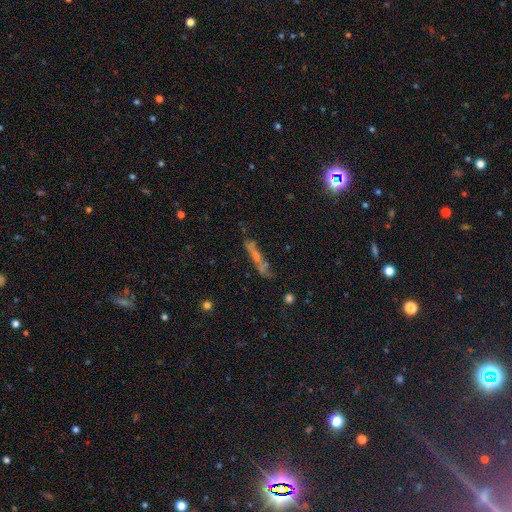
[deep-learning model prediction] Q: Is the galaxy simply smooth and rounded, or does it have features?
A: featured or disk — 46%.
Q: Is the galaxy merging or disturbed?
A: none — 63%.